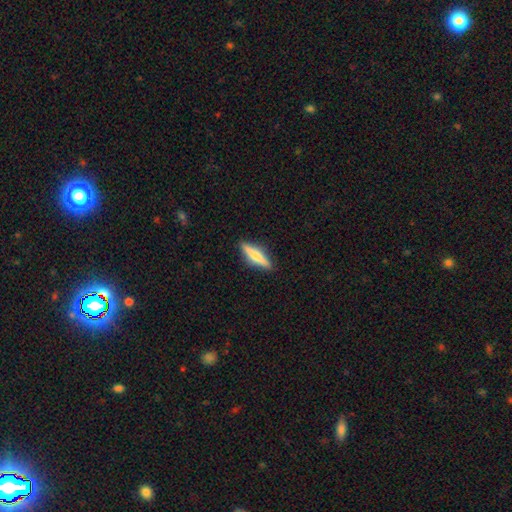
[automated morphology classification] Smooth or featured? smooth (48%)
Merging? none (89%)